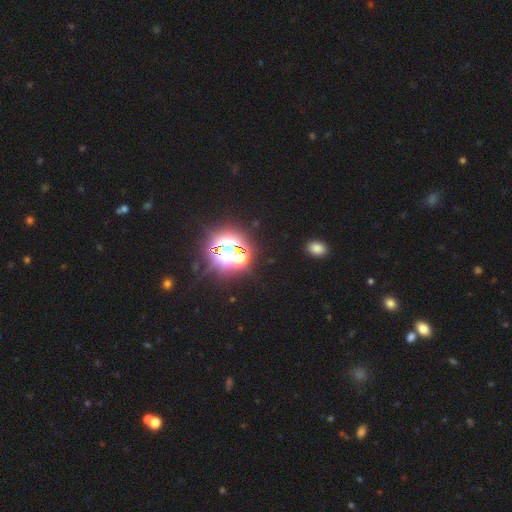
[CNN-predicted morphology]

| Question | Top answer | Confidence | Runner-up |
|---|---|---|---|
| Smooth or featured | star or artifact | 85% | smooth (10%) |